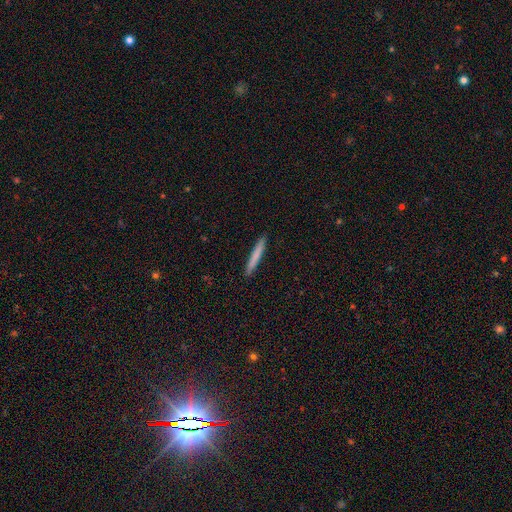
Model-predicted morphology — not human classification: A smooth galaxy with no disk features (77%) that is cigar-shaped (97%). Merging: none (92%).